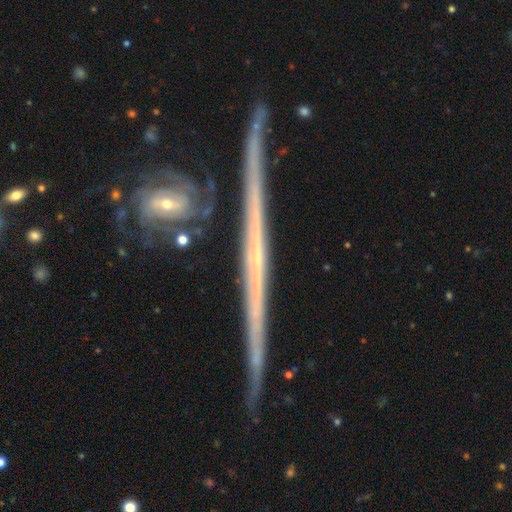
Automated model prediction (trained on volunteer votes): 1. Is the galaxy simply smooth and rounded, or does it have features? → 78% featured or disk, 15% smooth, 8% star or artifact.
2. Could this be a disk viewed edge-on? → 97% yes, 3% no.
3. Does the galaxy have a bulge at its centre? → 82% none, 13% rounded, 6% boxy.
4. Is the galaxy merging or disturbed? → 83% none, 9% minor disturbance, 6% merger, 2% major disturbance.